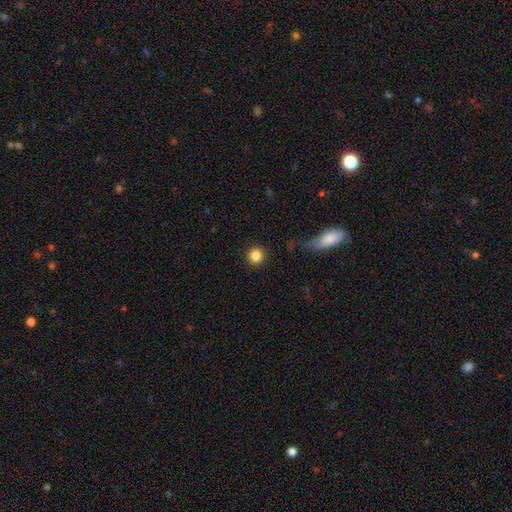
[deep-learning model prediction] smooth-or-featured: smooth: 85% | star or artifact: 10% | featured or disk: 5%
  how-rounded: round: 93% | in between: 6% | cigar-shaped: 1%
  merging: none: 90% | minor disturbance: 6% | major disturbance: 3% | merger: 2%